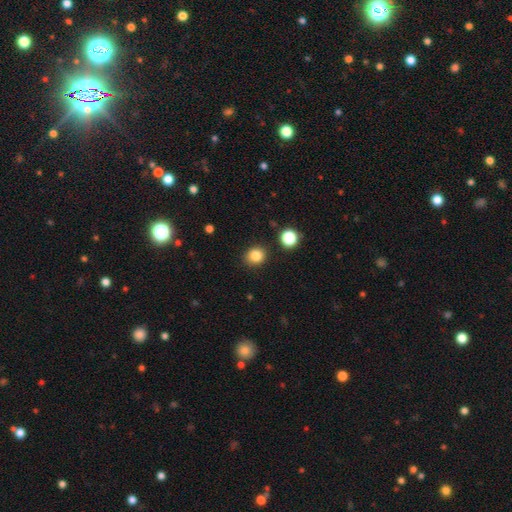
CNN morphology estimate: smooth 83%, star or artifact 12%, featured or disk 5%. Down the decision tree: how rounded — round (78%); merging — none (89%).